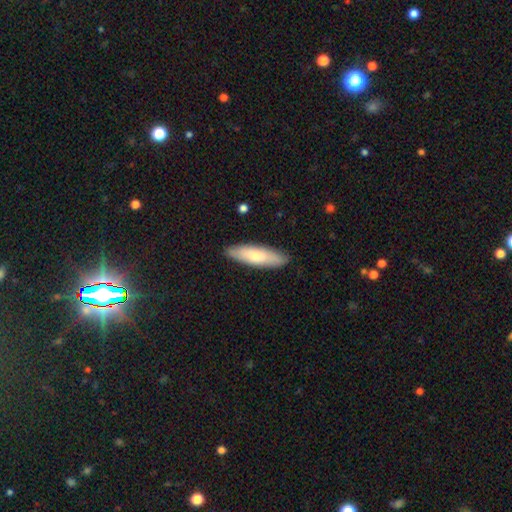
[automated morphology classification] Q: Smooth or featured?
A: smooth (75%); runner-up: featured or disk (20%)
Q: How rounded?
A: cigar-shaped (60%); runner-up: in between (38%)
Q: Merging?
A: none (88%); runner-up: minor disturbance (9%)